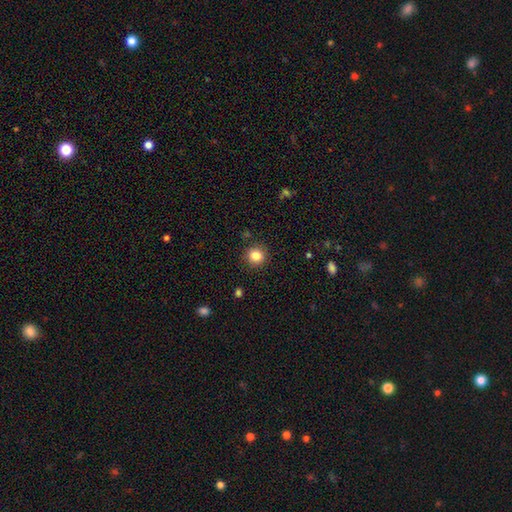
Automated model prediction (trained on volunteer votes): The model was most divided on "smooth or featured": smooth: 84%, star or artifact: 11%, featured or disk: 5%. More confident: how rounded — round (91%); merging — none (90%).